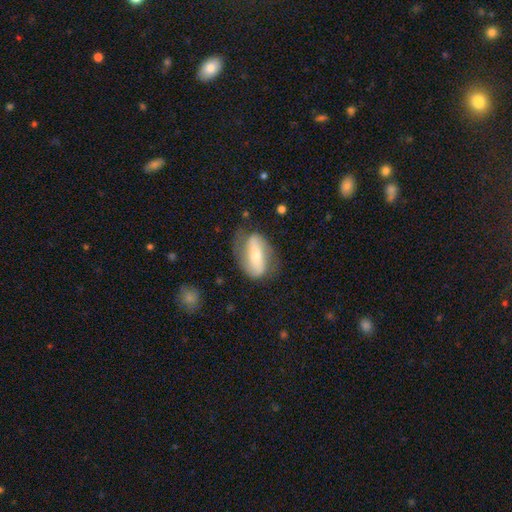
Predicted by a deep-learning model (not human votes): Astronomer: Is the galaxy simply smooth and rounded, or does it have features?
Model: featured or disk — 63%.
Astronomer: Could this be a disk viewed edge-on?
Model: no — 88%.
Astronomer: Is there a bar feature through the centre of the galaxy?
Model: strong — 55%.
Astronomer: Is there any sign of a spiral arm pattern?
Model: yes — 73%.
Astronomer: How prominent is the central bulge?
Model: moderate — 50% (runner-up: small, 42%).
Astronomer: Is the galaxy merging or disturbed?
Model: none — 64%.